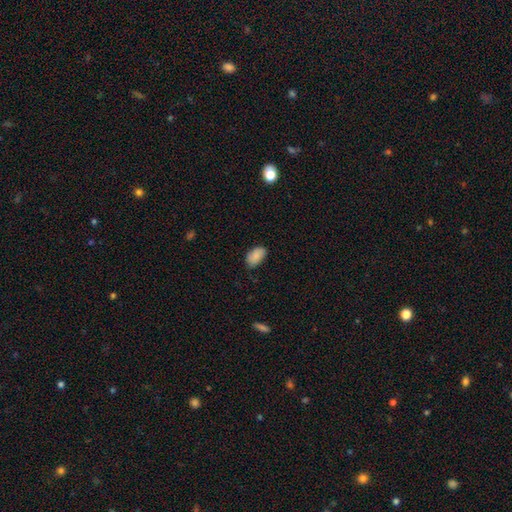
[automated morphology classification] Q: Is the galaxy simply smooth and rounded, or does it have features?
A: smooth — 87%.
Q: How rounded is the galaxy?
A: in between — 93%.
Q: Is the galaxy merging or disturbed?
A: none — 75%.